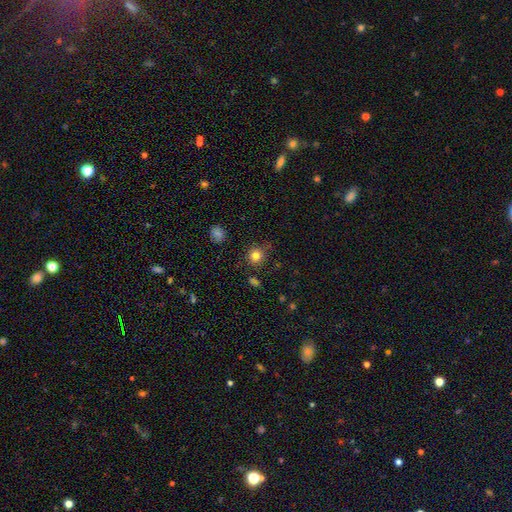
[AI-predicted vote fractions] smooth 82%, star or artifact 12%, featured or disk 6%. Down the decision tree: how rounded — round (91%); merging — none (82%).